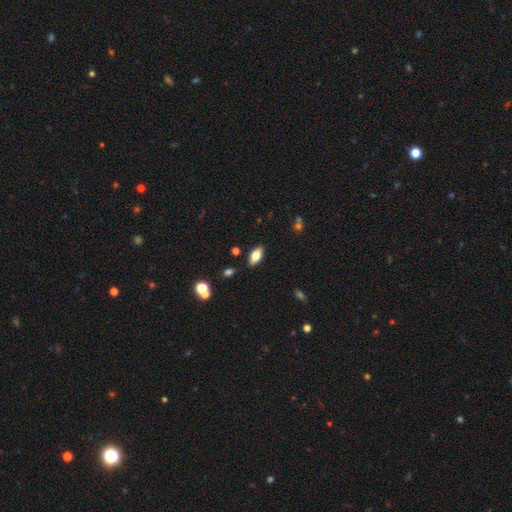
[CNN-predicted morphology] Smooth or featured? smooth (72%)
How rounded? in between (88%)
Merging? none (85%)